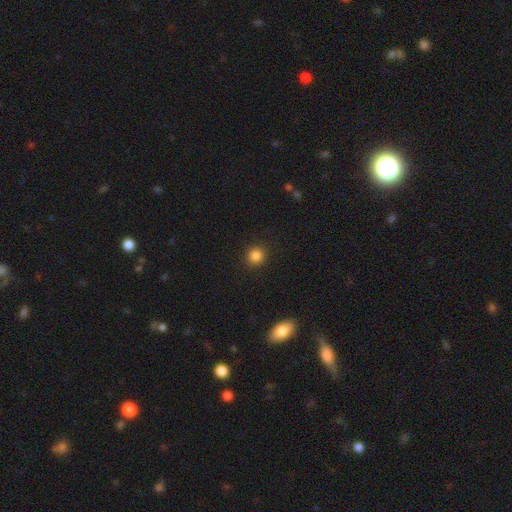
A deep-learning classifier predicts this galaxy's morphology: Smooth or featured? smooth (85%)
How rounded? round (92%)
Merging? none (91%)